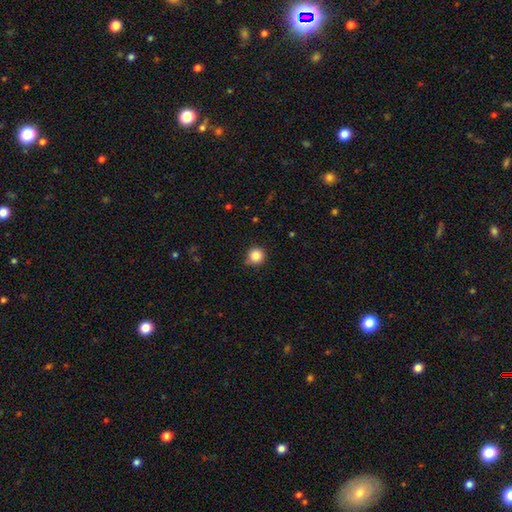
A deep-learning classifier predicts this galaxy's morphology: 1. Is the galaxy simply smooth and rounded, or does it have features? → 85% smooth, 11% star or artifact, 4% featured or disk.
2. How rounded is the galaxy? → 93% round, 6% in between, 1% cigar-shaped.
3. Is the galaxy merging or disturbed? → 80% none, 16% minor disturbance, 3% major disturbance, 2% merger.